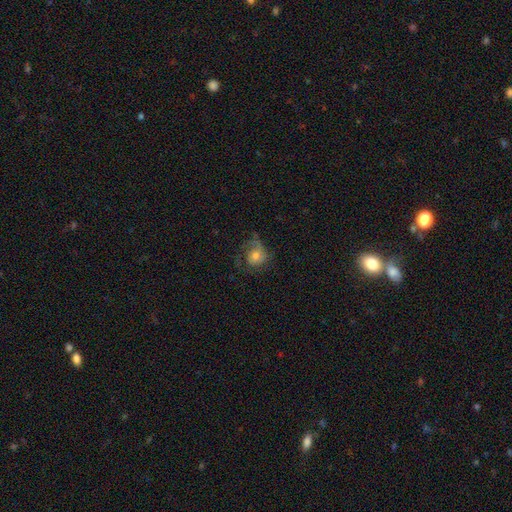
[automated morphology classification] smooth-or-featured: featured or disk: 53% | smooth: 38% | star or artifact: 9%
  disk-edge-on: no: 97% | yes: 3%
    bar: no: 75% | weak: 21% | strong: 4%
    has-spiral-arms: yes: 81% | no: 19%
    bulge-size: moderate: 59% | small: 25% | large: 11% | none: 3% | dominant: 2%
  merging: none: 50% | major disturbance: 27% | minor disturbance: 22% | merger: 2%